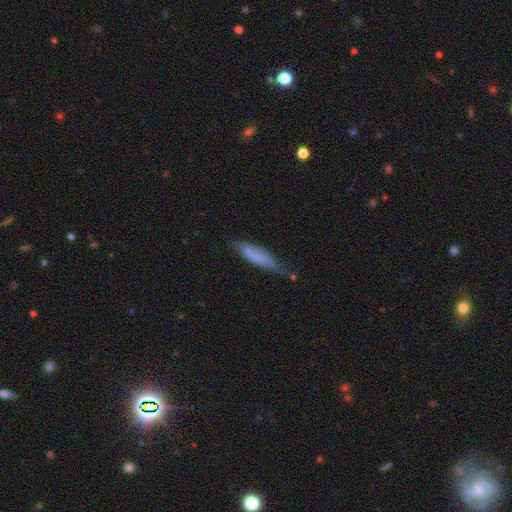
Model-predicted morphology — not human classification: A smooth galaxy with no disk features (61%) that is cigar-shaped (81%).

Vote fractions:
- Smooth or featured? smooth: 61% / featured or disk: 31% / star or artifact: 8%
- How rounded? cigar-shaped: 81% / in between: 17% / round: 2%
- Merging? none: 55% / minor disturbance: 31% / major disturbance: 10% / merger: 4%